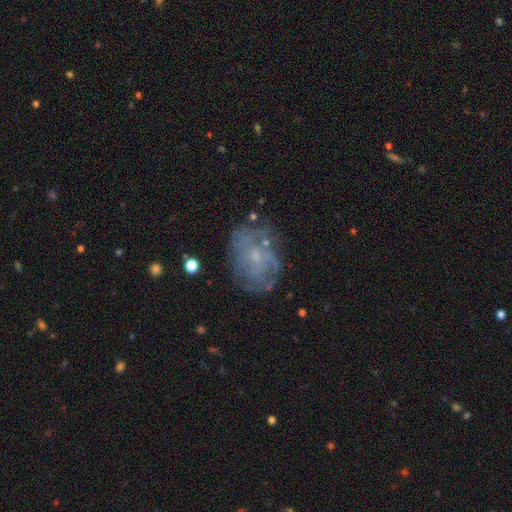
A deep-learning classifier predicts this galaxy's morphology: Q: Smooth or featured?
A: featured or disk (64%); runner-up: smooth (24%)
Q: Edge-on disk?
A: no (97%); runner-up: yes (3%)
Q: Bar?
A: no (74%); runner-up: weak (22%)
Q: Spiral arms?
A: yes (66%); runner-up: no (34%)
Q: Bulge size?
A: small (68%); runner-up: moderate (19%)
Q: Merging?
A: none (65%); runner-up: minor disturbance (20%)